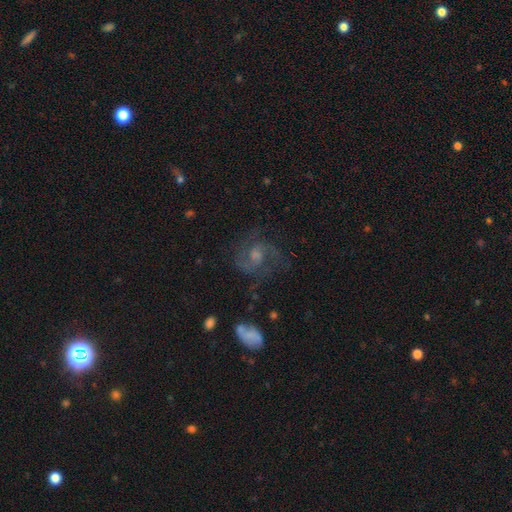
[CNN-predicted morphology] Smooth or featured? featured or disk (76%)
Edge-on disk? no (97%)
Bar? no (52%)
Spiral arms? yes (93%)
Spiral winding? medium (56%)
Spiral arm count? 2 (78%)
Bulge size? moderate (42%)
Merging? none (65%)